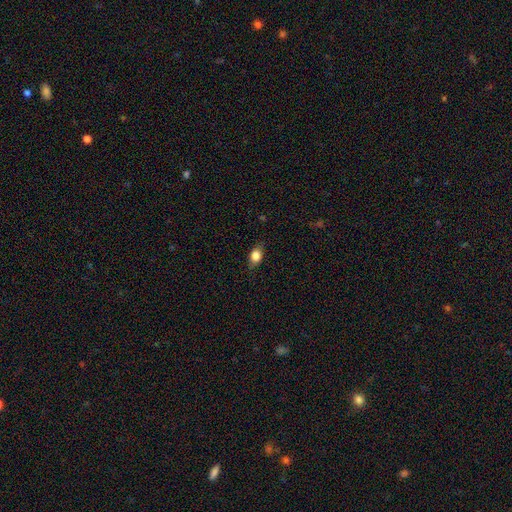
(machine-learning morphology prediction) This is clearly a smooth galaxy (81%). How rounded: likely in between (74%). Merging: clearly none (80%).